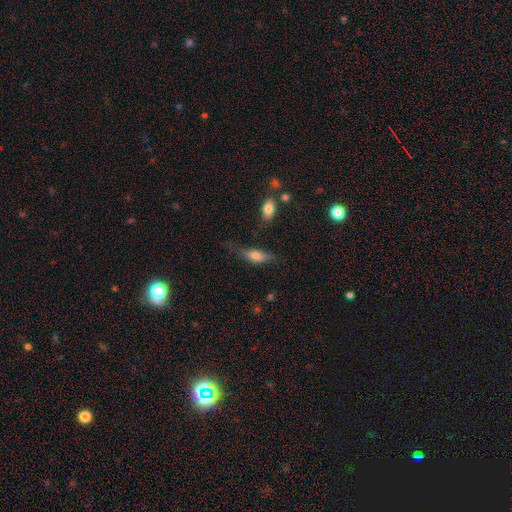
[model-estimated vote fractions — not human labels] This is likely a smooth galaxy (65%). How rounded: likely in between (64%). Merging: possibly none (51%).